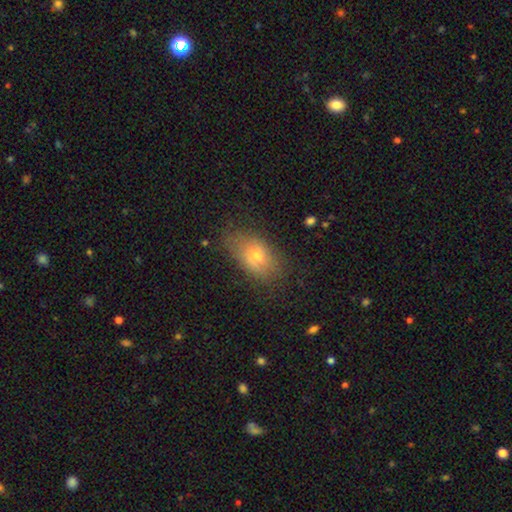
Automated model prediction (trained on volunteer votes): A smooth galaxy with no disk features (68%) that is in between round and cigar-shaped (85%). Merging: none (68%).